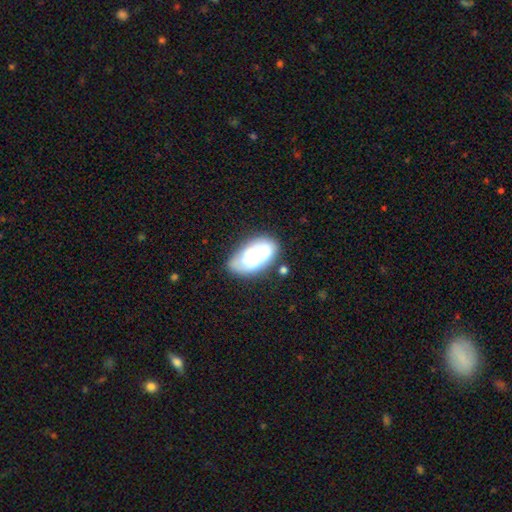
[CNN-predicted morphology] Smooth or featured? Predicted: featured or disk (p=0.49). Merging? Predicted: none (p=0.60).